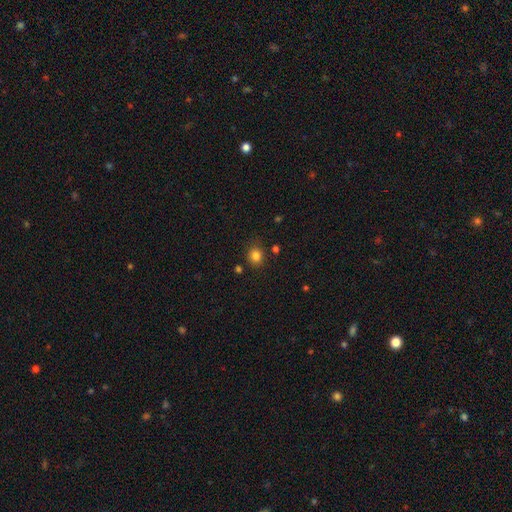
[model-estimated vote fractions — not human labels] This is clearly a smooth galaxy (82%). How rounded: likely round (73%). Merging: clearly none (82%).